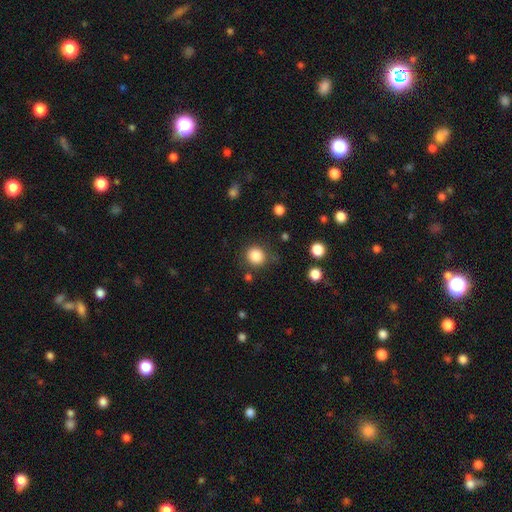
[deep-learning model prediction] This is clearly a smooth galaxy (85%). How rounded: clearly round (87%). Merging: clearly none (80%).